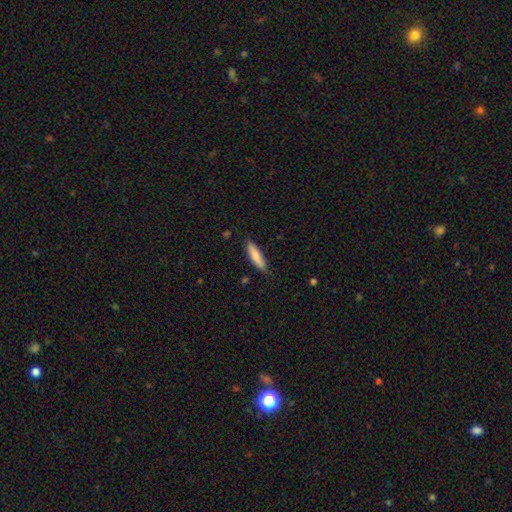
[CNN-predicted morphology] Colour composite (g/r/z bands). It shows a smooth galaxy with no disk features (79%) that is cigar-shaped (62%). Merging: none (84%).